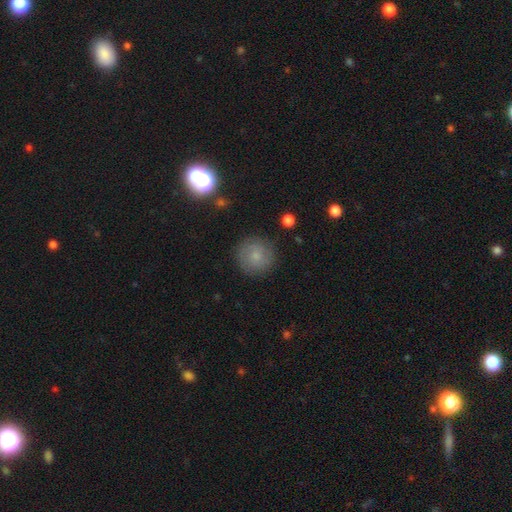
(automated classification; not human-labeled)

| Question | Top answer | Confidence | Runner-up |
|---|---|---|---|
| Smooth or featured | smooth | 73% | featured or disk (17%) |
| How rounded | round | 93% | in between (6%) |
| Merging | none | 85% | minor disturbance (10%) |